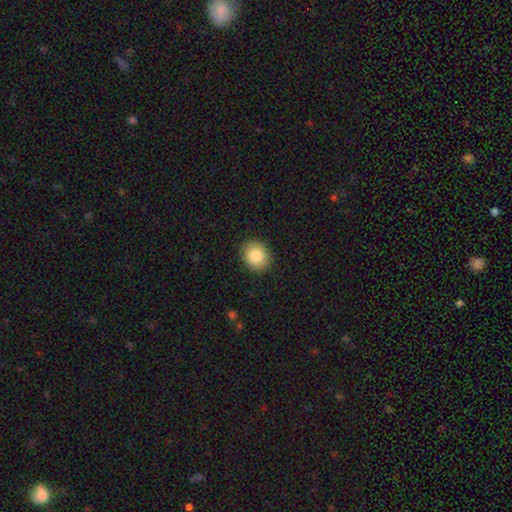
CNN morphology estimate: Smooth or featured?
  - smooth: 83% *
  - featured or disk: 9%
  - star or artifact: 8%
How rounded?
  - round: 63% *
  - in between: 36%
  - cigar-shaped: 1%
Merging?
  - none: 90% *
  - minor disturbance: 7%
  - major disturbance: 2%
  - merger: 1%